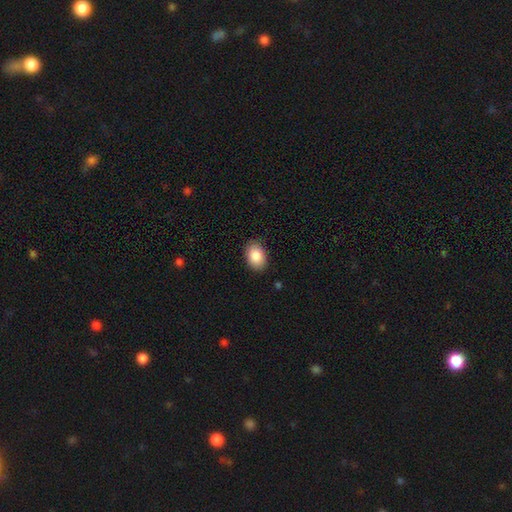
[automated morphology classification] The model was most divided on "how rounded": in between: 83%, round: 16%, cigar-shaped: 1%. More confident: smooth or featured — smooth (87%); merging — none (86%).